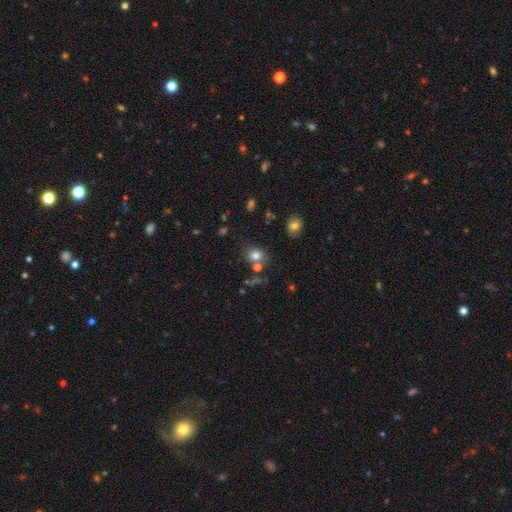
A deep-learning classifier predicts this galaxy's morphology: Overall: smooth (76%). How rounded: round (64%; in between 35%). Merging: none (64%).